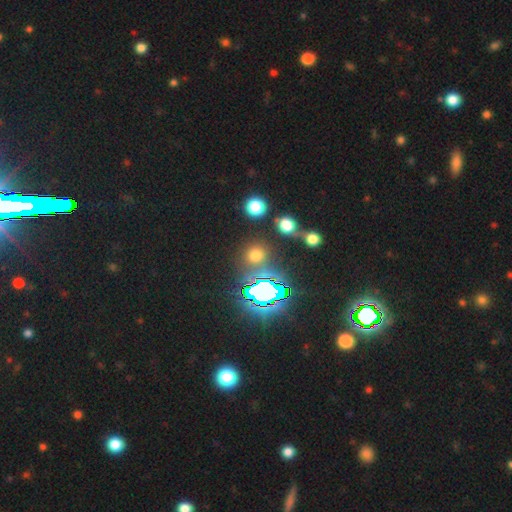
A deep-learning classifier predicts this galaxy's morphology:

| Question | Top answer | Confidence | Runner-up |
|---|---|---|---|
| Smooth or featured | smooth | 57% | star or artifact (36%) |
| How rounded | round | 87% | in between (11%) |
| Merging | none | 77% | merger (9%) |